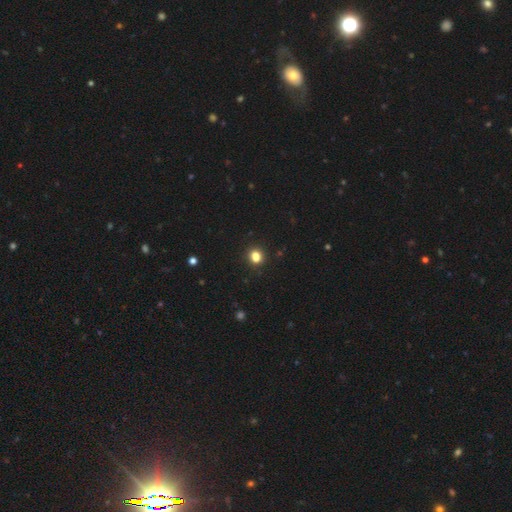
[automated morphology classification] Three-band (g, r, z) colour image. It shows a smooth galaxy with no disk features (81%) that is round (71%). Merging: none (85%).